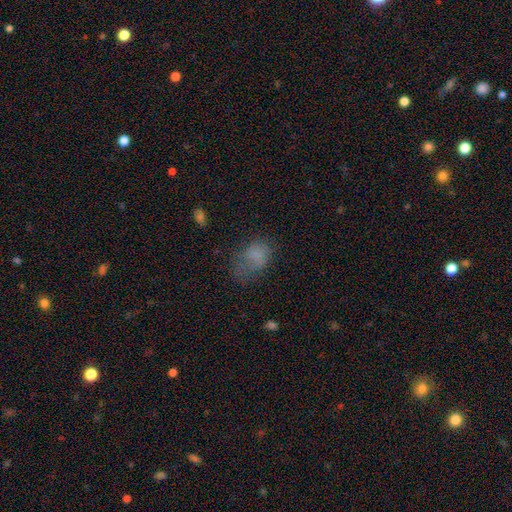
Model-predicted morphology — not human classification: Q: Smooth or featured?
A: smooth (73%); runner-up: featured or disk (14%)
Q: How rounded?
A: in between (80%); runner-up: round (18%)
Q: Merging?
A: none (39%); runner-up: major disturbance (29%)